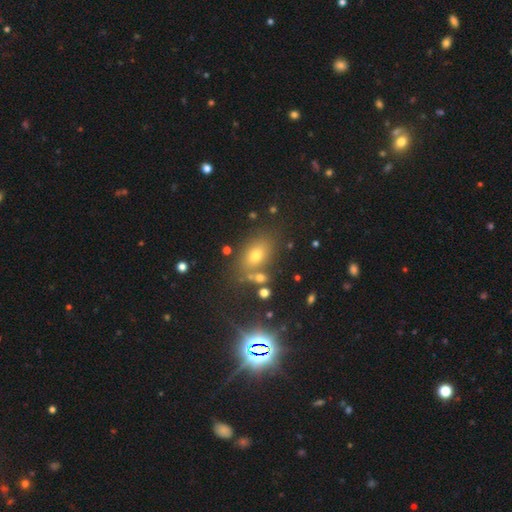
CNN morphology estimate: type=smooth (61%); roundness=in between (77%); merging=none (71%).